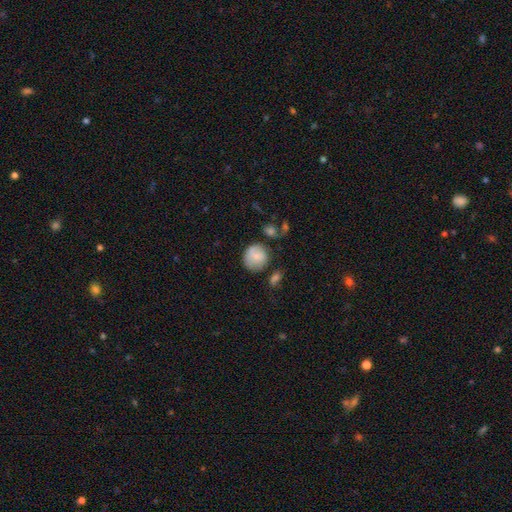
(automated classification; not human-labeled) smooth_or_featured: smooth (p=0.76) [alt: featured or disk p=0.16]
how_rounded: round (p=0.84) [alt: in between p=0.15]
merging: none (p=0.62) [alt: minor disturbance p=0.23]